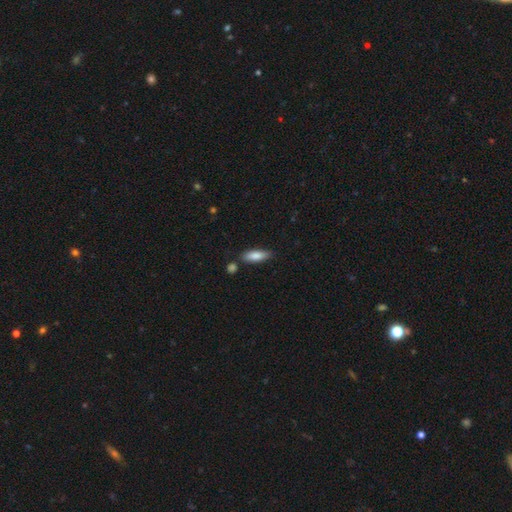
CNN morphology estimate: A smooth galaxy with no disk features (83%) that is in between round and cigar-shaped (60%). Merging: none (77%).